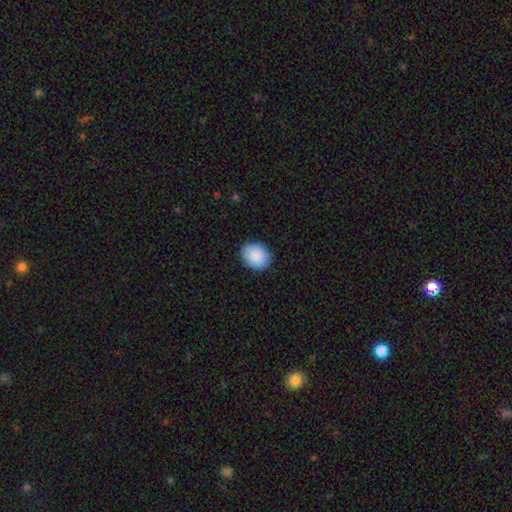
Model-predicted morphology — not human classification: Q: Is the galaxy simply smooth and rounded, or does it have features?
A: smooth — 90%.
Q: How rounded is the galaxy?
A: in between — 54%.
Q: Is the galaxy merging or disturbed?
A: none — 88%.